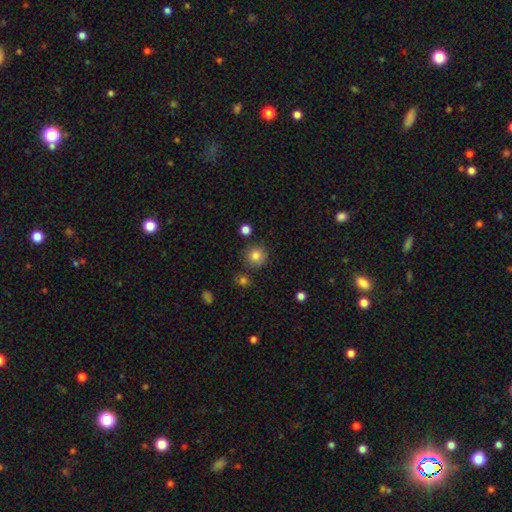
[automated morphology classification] smooth_or_featured: smooth (p=0.83) [alt: star or artifact p=0.11]
how_rounded: round (p=0.93) [alt: in between p=0.06]
merging: none (p=0.84) [alt: minor disturbance p=0.08]